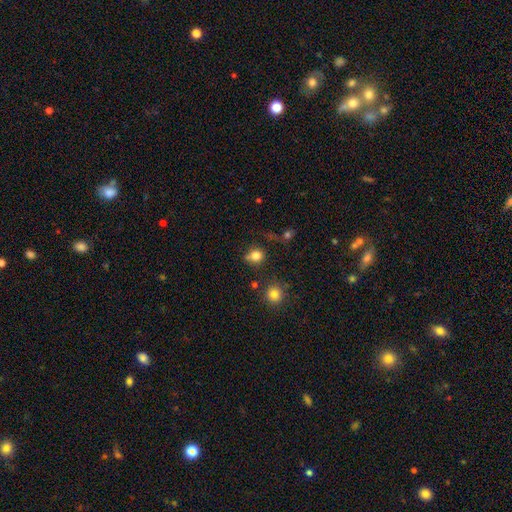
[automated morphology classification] smooth_or_featured: smooth (p=0.81) [alt: star or artifact p=0.13]
how_rounded: round (p=0.80) [alt: in between p=0.19]
merging: none (p=0.68) [alt: minor disturbance p=0.17]